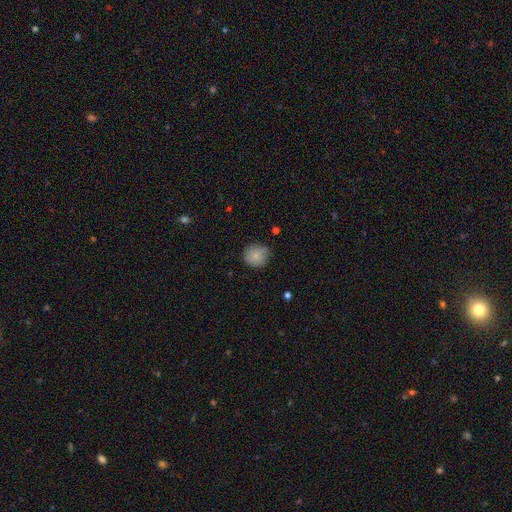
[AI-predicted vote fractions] Smooth or featured: smooth — 84% (featured or disk — 8%)
How rounded: round — 87% (in between — 12%)
Merging: none — 79% (minor disturbance — 17%)